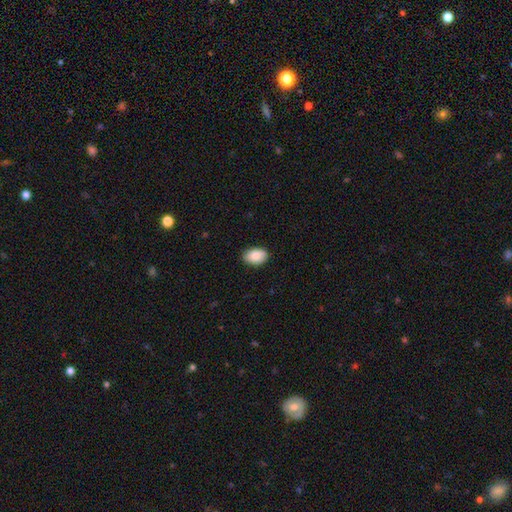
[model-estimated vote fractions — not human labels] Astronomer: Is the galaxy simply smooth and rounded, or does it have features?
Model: smooth — 89%.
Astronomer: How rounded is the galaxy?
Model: in between — 88%.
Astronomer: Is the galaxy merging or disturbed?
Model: none — 87%.